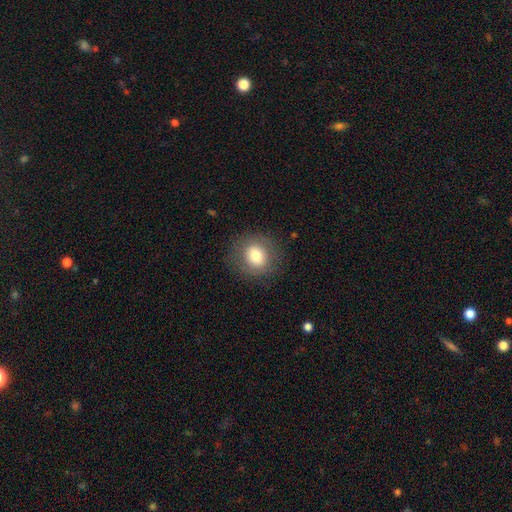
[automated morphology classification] smooth_or_featured: smooth (p=0.76) [alt: featured or disk p=0.15]
how_rounded: round (p=0.78) [alt: in between p=0.21]
merging: none (p=0.85) [alt: minor disturbance p=0.10]